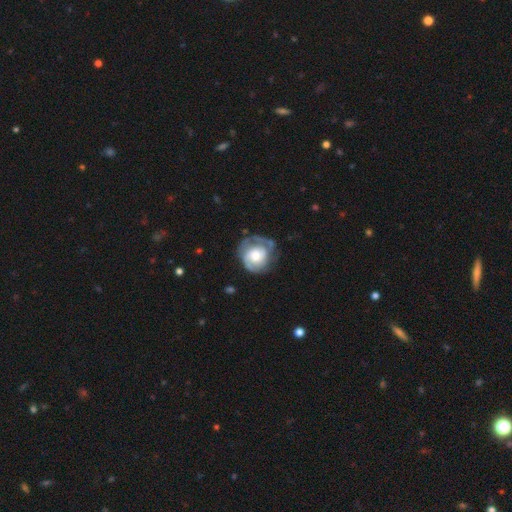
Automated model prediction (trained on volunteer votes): A featured or disk galaxy (70%) with no bar (73%), 2 (50%) tight (56%) spiral arms (86%) and a moderate central bulge (46%).

Vote fractions:
- Smooth or featured? featured or disk: 70% / smooth: 24% / star or artifact: 6%
- Edge-on disk? no: 98% / yes: 2%
- Bar? no: 73% / weak: 23% / strong: 5%
- Spiral arms? yes: 86% / no: 14%
- Spiral winding? tight: 56% / medium: 32% / loose: 12%
- Spiral arm count? 2: 50% / can't tell: 22% / 1: 16% / 3: 7% / 4: 2% / more than 4: 2%
- Bulge size? moderate: 46% / large: 32% / small: 17% / dominant: 3% / none: 3%
- Merging? none: 58% / minor disturbance: 24% / major disturbance: 15% / merger: 2%